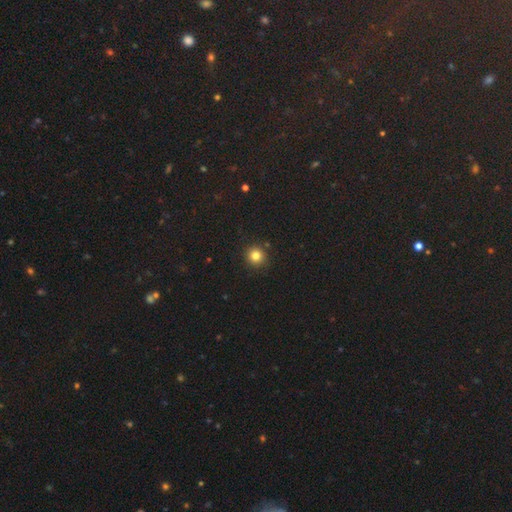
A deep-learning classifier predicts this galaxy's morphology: A smooth galaxy with no disk features (82%) that is round (93%).

Vote fractions:
- Smooth or featured? smooth: 82% / star or artifact: 13% / featured or disk: 5%
- How rounded? round: 93% / in between: 6% / cigar-shaped: 1%
- Merging? none: 90% / minor disturbance: 6% / merger: 2% / major disturbance: 2%